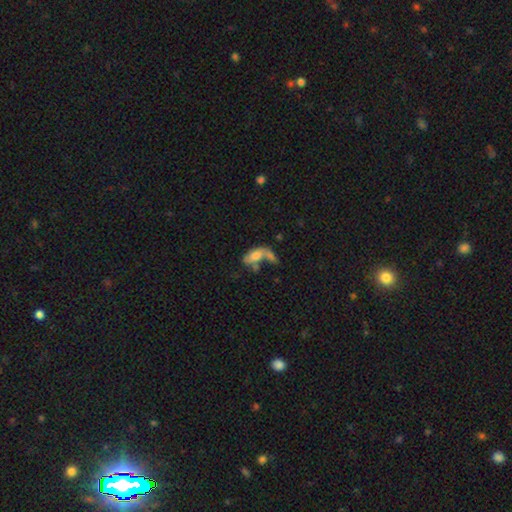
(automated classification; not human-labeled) Smooth or featured? smooth (63%)
How rounded? in between (83%)
Merging? merger (43%)